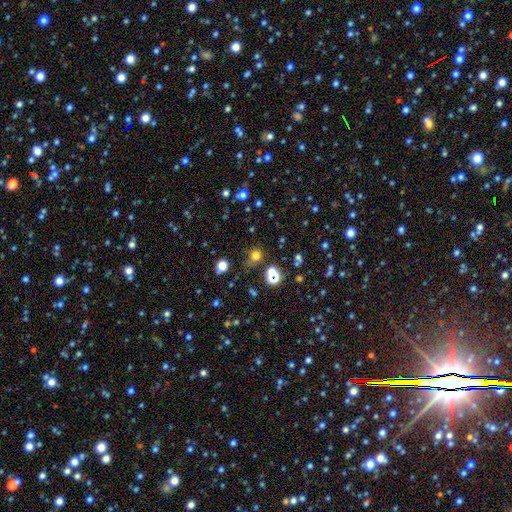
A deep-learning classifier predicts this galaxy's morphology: Overall: smooth (66%; star or artifact 28%). How rounded: round (86%). Merging: none (74%).